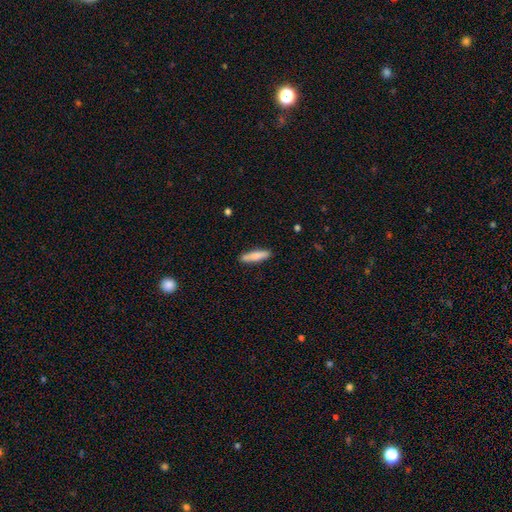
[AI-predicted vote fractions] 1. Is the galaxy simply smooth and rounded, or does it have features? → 80% smooth, 14% featured or disk, 6% star or artifact.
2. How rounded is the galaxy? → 77% cigar-shaped, 21% in between, 1% round.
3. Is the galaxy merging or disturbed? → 85% none, 11% minor disturbance, 2% merger, 2% major disturbance.